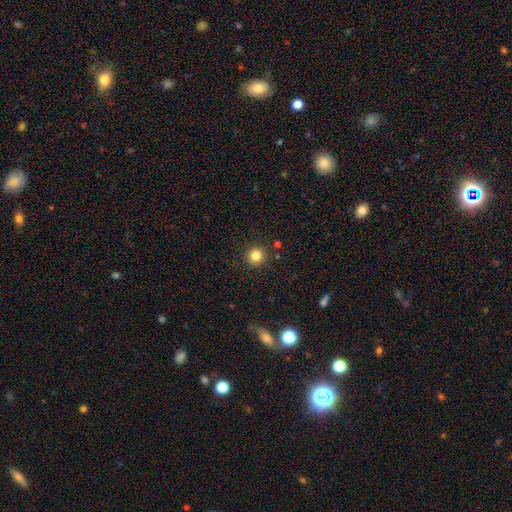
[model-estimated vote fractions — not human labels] Morphology: type=smooth (83%); roundness=round (91%); merging=none (90%).